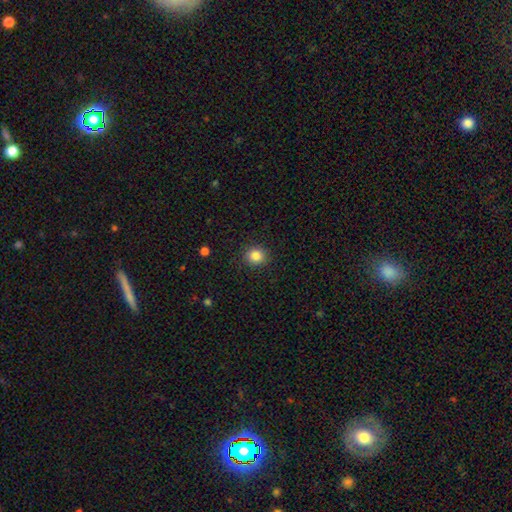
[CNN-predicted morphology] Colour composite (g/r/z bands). It shows a smooth galaxy with no disk features (85%) that is round (86%). Merging: none (90%).